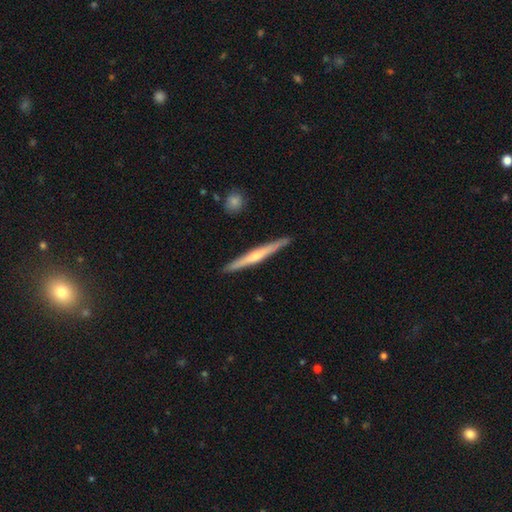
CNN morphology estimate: Smooth or featured: featured or disk — 66% (smooth — 29%)
Edge-on disk: yes — 98% (no — 2%)
Edge-on bulge: rounded — 72% (none — 22%)
Merging: none — 91% (minor disturbance — 7%)